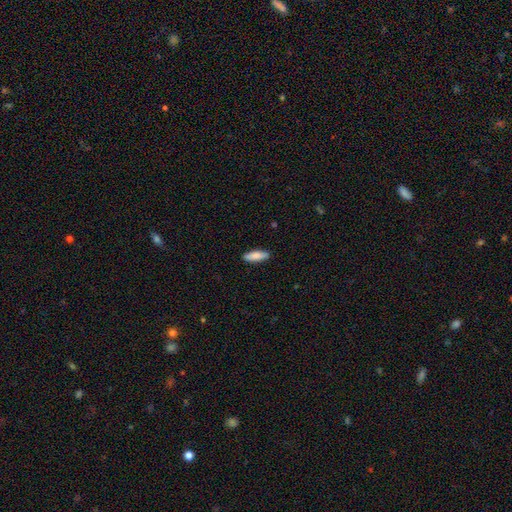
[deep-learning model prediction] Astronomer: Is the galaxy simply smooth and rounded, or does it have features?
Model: smooth — 84%.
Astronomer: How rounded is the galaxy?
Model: in between — 53% (runner-up: cigar-shaped, 45%).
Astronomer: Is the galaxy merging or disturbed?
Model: none — 89%.